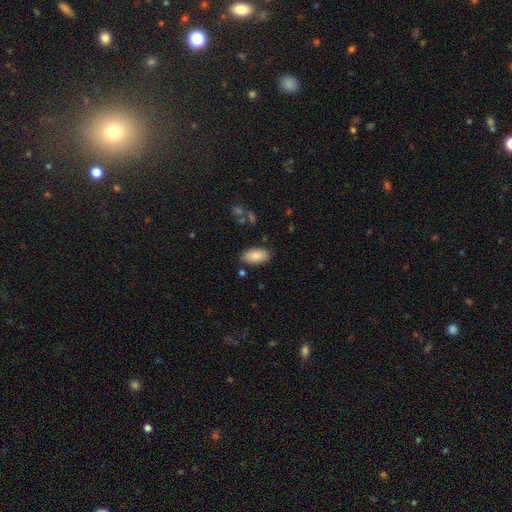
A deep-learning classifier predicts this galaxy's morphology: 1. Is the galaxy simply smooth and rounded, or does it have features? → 86% smooth, 7% featured or disk, 7% star or artifact.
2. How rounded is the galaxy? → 94% in between, 4% cigar-shaped, 2% round.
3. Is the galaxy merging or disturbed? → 85% none, 10% minor disturbance, 3% major disturbance, 2% merger.